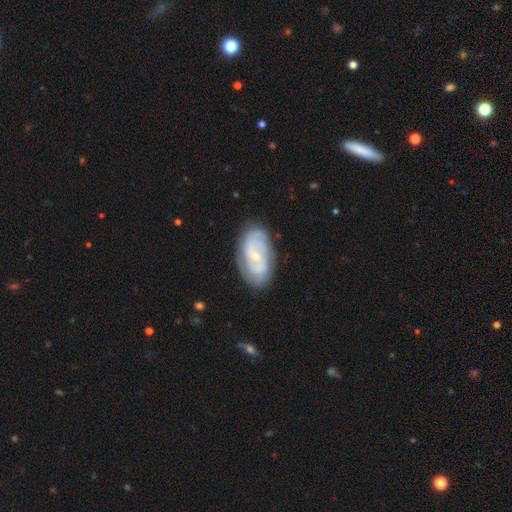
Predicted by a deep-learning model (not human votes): Smooth or featured: featured or disk — 75% (smooth — 18%)
Edge-on disk: no — 96% (yes — 4%)
Bar: no — 61% (weak — 32%)
Spiral arms: yes — 90% (no — 10%)
Spiral winding: tight — 53% (medium — 35%)
Spiral arm count: 2 — 45% (can't tell — 31%)
Bulge size: small — 74% (moderate — 22%)
Merging: none — 79% (minor disturbance — 16%)